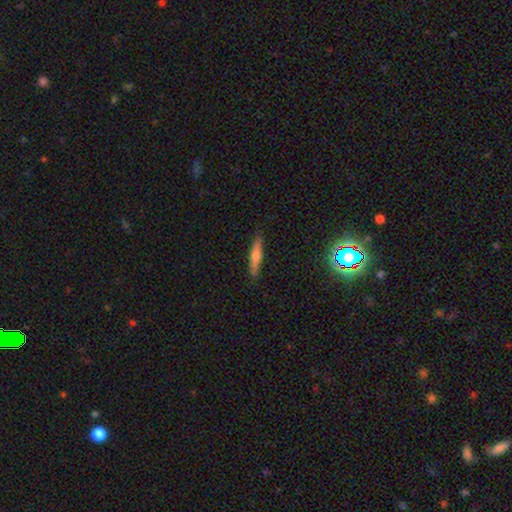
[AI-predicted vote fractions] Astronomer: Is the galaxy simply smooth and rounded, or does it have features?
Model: smooth — 57% (runner-up: featured or disk, 34%).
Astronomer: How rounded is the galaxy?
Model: cigar-shaped — 87%.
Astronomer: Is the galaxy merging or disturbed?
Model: none — 87%.